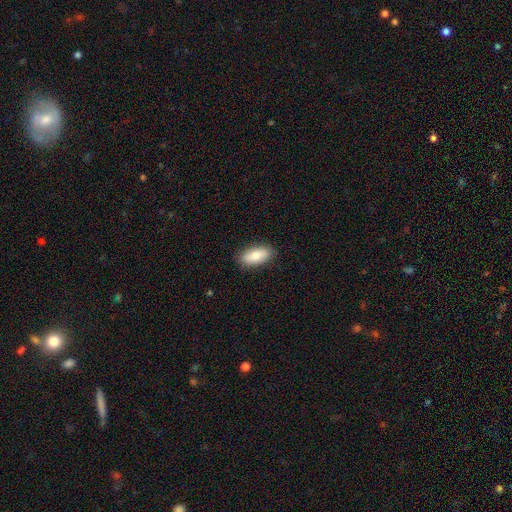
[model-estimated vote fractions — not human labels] Q: Smooth or featured?
A: smooth (79%); runner-up: featured or disk (14%)
Q: How rounded?
A: in between (88%); runner-up: cigar-shaped (9%)
Q: Merging?
A: none (87%); runner-up: minor disturbance (10%)